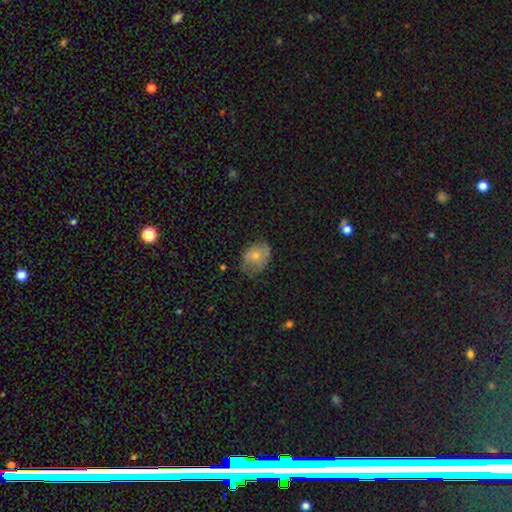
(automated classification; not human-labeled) smooth_or_featured: smooth (p=0.63) [alt: featured or disk p=0.29]
how_rounded: in between (p=0.58) [alt: round p=0.41]
merging: none (p=0.56) [alt: minor disturbance p=0.31]